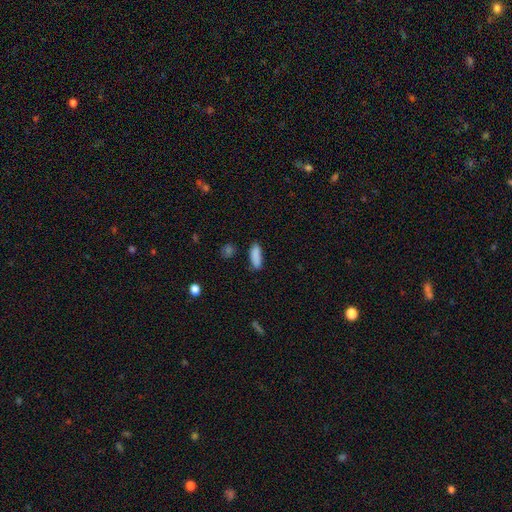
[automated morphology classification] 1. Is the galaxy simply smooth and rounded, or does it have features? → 87% smooth, 8% star or artifact, 5% featured or disk.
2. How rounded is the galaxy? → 52% in between, 46% cigar-shaped, 2% round.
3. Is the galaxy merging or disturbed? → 80% none, 14% minor disturbance, 3% major disturbance, 3% merger.